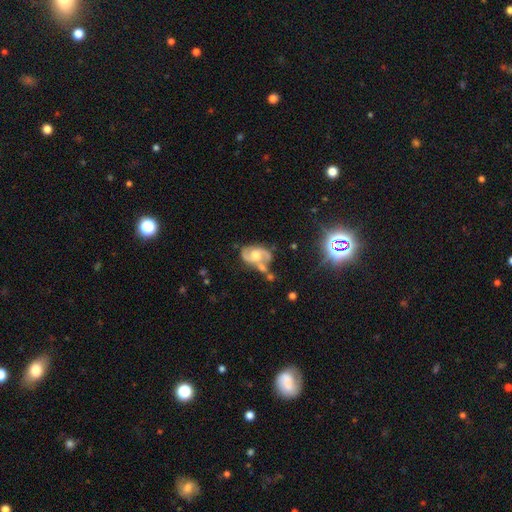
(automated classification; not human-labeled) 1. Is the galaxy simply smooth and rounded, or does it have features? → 79% featured or disk, 14% smooth, 7% star or artifact.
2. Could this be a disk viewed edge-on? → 97% no, 3% yes.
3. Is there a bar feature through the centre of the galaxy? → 60% no, 33% weak, 7% strong.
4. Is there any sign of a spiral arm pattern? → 91% yes, 9% no.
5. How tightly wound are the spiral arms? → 51% medium, 28% loose, 21% tight.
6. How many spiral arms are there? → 87% 2, 6% can't tell, 3% 1, 2% 3, 1% 4, 1% more than 4.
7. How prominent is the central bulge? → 61% moderate, 17% small, 15% large, 5% none, 2% dominant.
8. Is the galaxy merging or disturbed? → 43% none, 23% merger, 22% minor disturbance, 12% major disturbance.